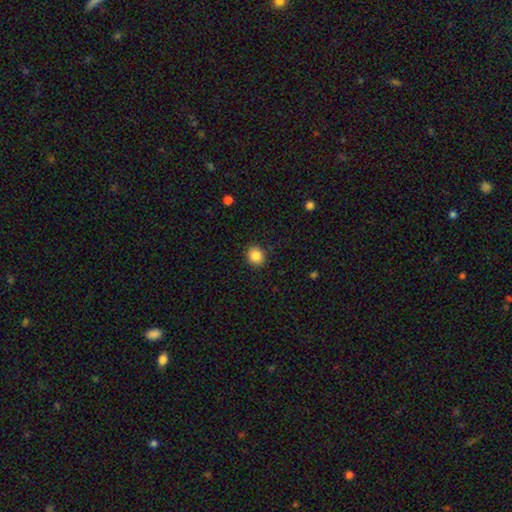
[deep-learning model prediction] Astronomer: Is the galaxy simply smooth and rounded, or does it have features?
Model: smooth — 86%.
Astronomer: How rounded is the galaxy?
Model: round — 80%.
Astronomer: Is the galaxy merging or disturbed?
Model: none — 90%.